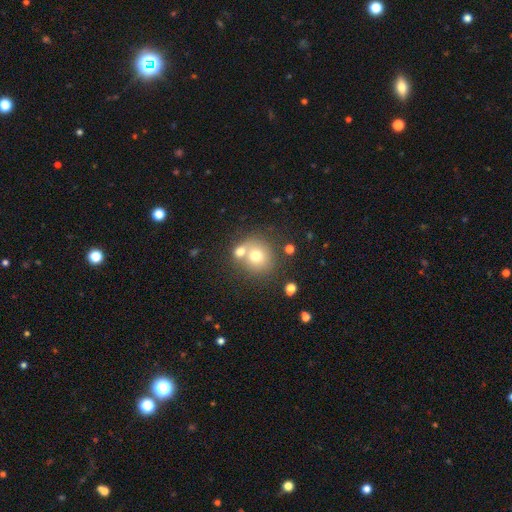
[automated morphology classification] This is likely a smooth galaxy (70%). How rounded: clearly round (85%). Merging: possibly none (51%).